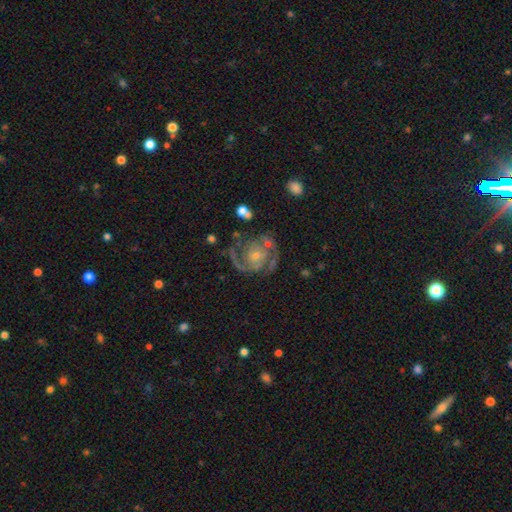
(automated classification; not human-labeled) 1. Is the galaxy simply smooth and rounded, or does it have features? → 87% featured or disk, 7% smooth, 7% star or artifact.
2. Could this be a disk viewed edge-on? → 98% no, 2% yes.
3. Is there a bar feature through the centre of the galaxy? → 72% no, 22% weak, 6% strong.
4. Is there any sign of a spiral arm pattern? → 96% yes, 4% no.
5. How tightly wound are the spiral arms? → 48% medium, 40% tight, 12% loose.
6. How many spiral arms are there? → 74% 2, 9% 3, 8% can't tell, 4% 1, 3% 4, 2% more than 4.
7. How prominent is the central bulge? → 62% small, 29% moderate, 4% none, 3% large, 1% dominant.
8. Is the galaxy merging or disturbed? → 68% none, 17% minor disturbance, 12% major disturbance, 4% merger.